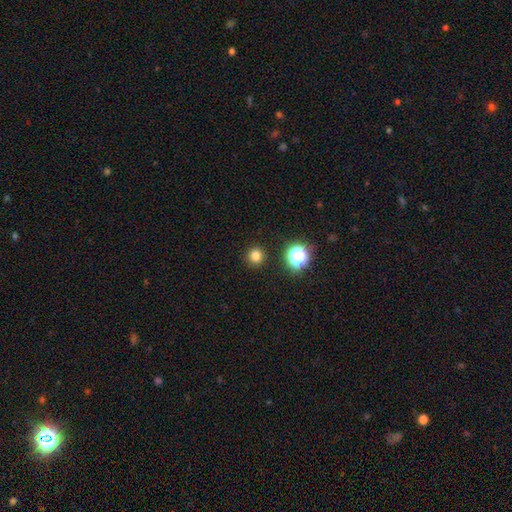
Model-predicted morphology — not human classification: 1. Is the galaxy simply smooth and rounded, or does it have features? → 79% smooth, 17% star or artifact, 5% featured or disk.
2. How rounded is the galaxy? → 93% round, 6% in between, 1% cigar-shaped.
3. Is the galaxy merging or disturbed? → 92% none, 5% minor disturbance, 2% major disturbance, 2% merger.